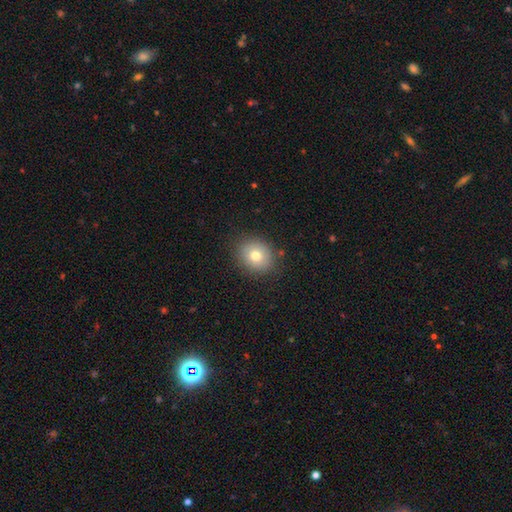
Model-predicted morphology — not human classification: Q: Smooth or featured?
A: smooth (76%); runner-up: featured or disk (13%)
Q: How rounded?
A: round (70%); runner-up: in between (29%)
Q: Merging?
A: none (85%); runner-up: minor disturbance (11%)